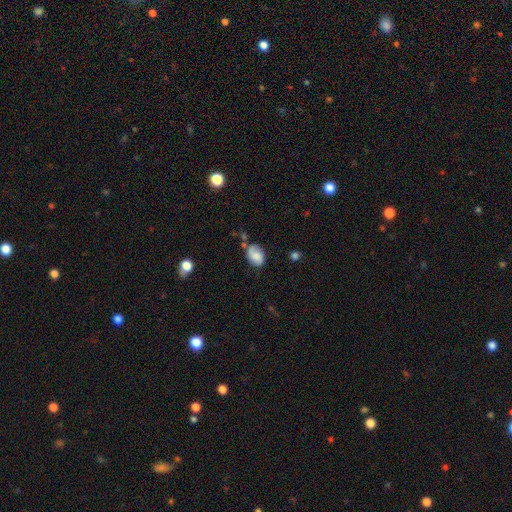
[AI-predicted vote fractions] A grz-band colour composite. It shows a smooth galaxy with no disk features (63%) that is in between round and cigar-shaped (76%). Merging: none (58%).